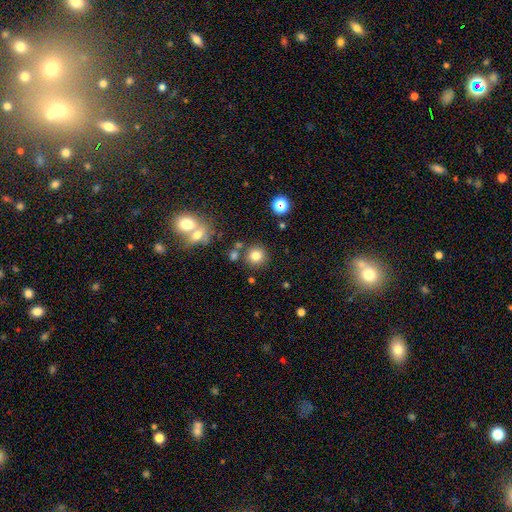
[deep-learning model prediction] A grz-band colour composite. It shows a smooth galaxy with no disk features (79%) that is round (92%). Merging: none (78%).